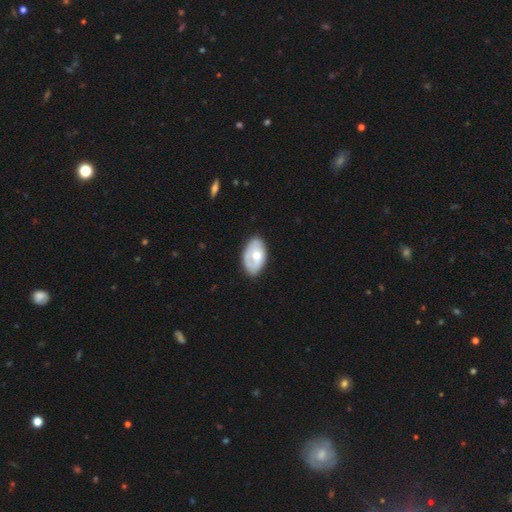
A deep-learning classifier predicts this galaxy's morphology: smooth 51%, featured or disk 44%, star or artifact 6%. Down the decision tree: how rounded — in between (93%); merging — none (69%).